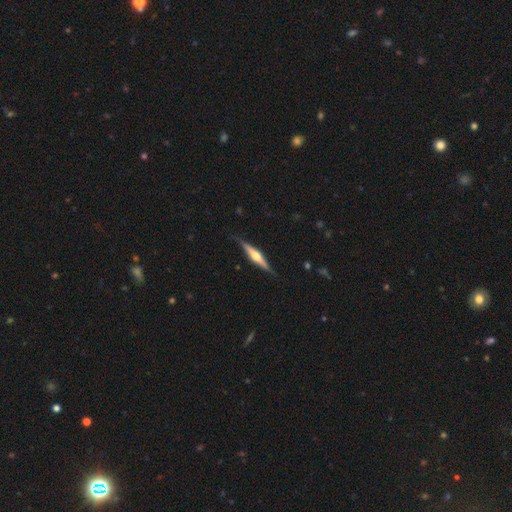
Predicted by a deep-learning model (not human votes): Smooth or featured? Predicted: featured or disk (p=0.73). Edge-on disk? Predicted: yes (p=0.97). Edge-on bulge? Predicted: rounded (p=0.90). Merging? Predicted: none (p=0.84).